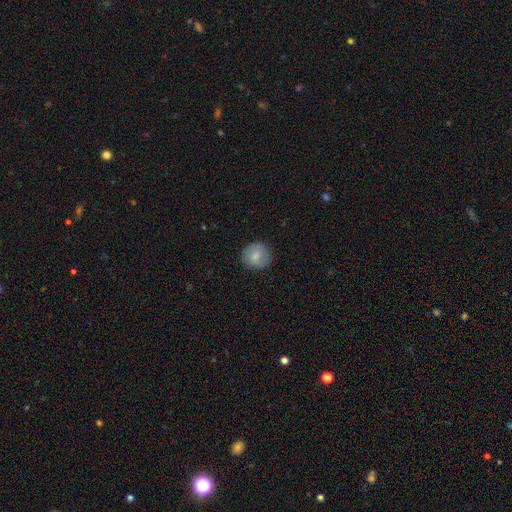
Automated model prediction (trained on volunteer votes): smooth 80%, featured or disk 12%, star or artifact 8%. Down the decision tree: how rounded — round (91%); merging — none (87%).